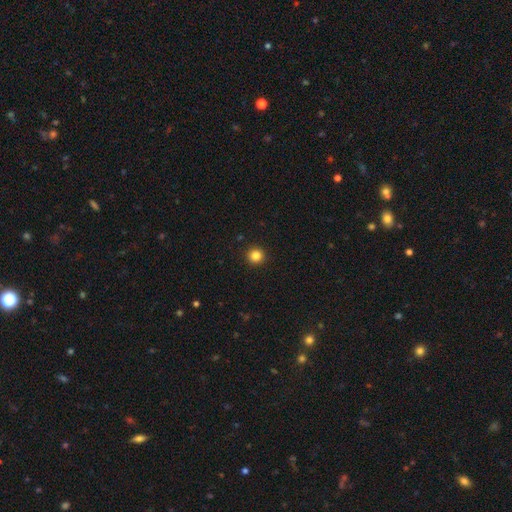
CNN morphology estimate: Q: Smooth or featured?
A: smooth (84%); runner-up: star or artifact (12%)
Q: How rounded?
A: round (95%); runner-up: in between (4%)
Q: Merging?
A: none (93%); runner-up: minor disturbance (4%)